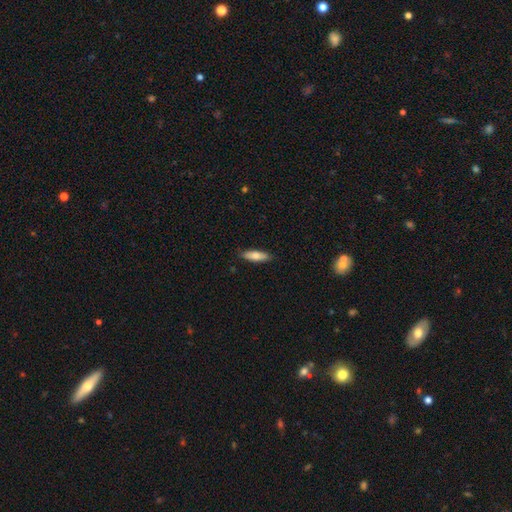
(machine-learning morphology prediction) type=smooth (75%); roundness=cigar-shaped (52%); merging=none (88%).